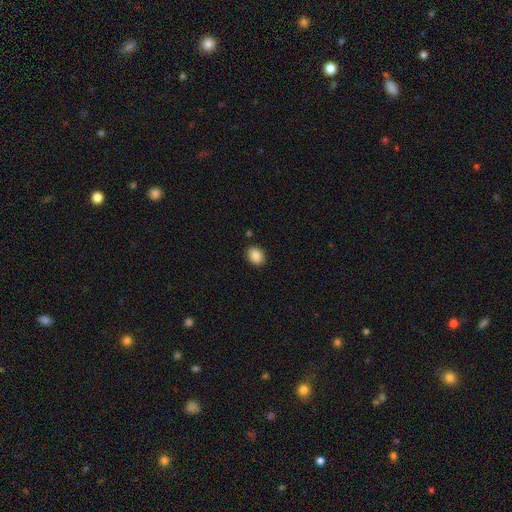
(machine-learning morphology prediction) This is clearly a smooth galaxy (88%). How rounded: likely in between (64%). Merging: clearly none (89%).